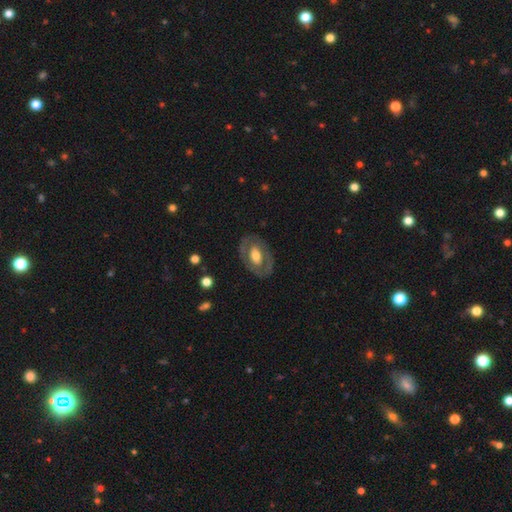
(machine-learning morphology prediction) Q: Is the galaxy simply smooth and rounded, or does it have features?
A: featured or disk — 56%.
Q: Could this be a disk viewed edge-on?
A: no — 92%.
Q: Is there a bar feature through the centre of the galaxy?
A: no — 64%.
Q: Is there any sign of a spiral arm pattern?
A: no — 76%.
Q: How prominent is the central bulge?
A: moderate — 52%.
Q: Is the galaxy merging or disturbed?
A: none — 79%.